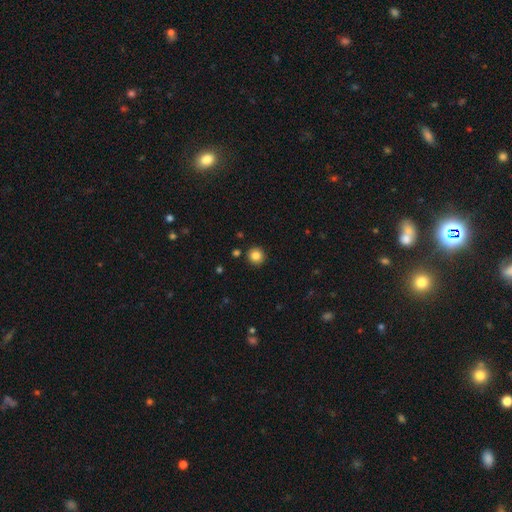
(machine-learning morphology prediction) Overall: smooth (85%). How rounded: round (94%). Merging: none (91%).